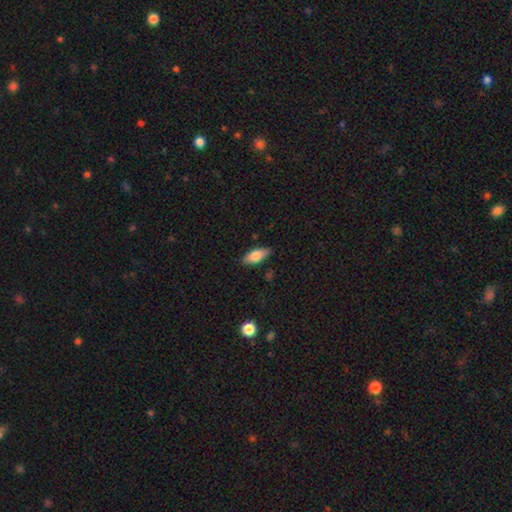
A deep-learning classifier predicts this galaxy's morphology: Smooth or featured? smooth (76%)
How rounded? in between (83%)
Merging? none (83%)